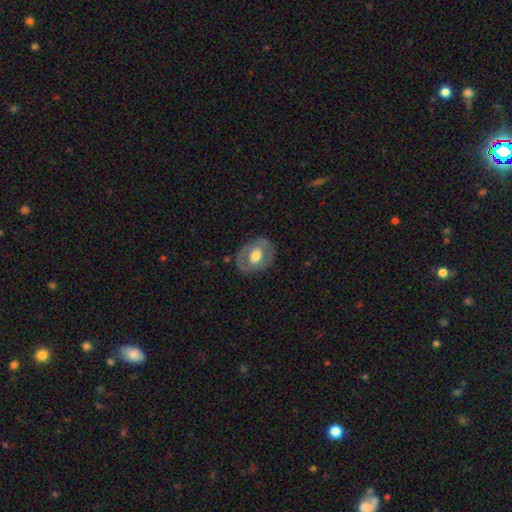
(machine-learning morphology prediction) featured or disk 50%, smooth 44%, star or artifact 6%. Down the decision tree: edge-on disk — no (93%); merging — none (77%).